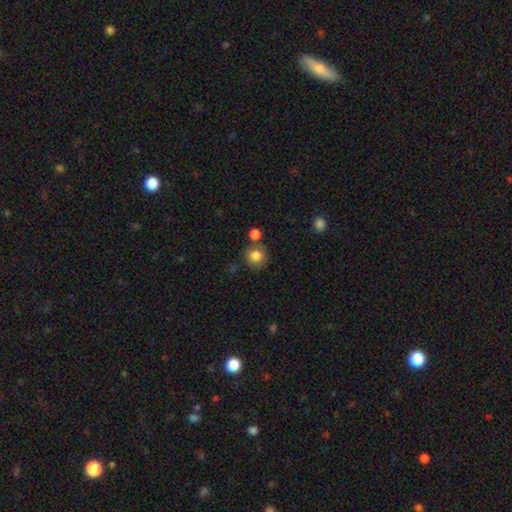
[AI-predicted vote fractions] Morphology: type=smooth (83%); roundness=round (90%); merging=none (74%).